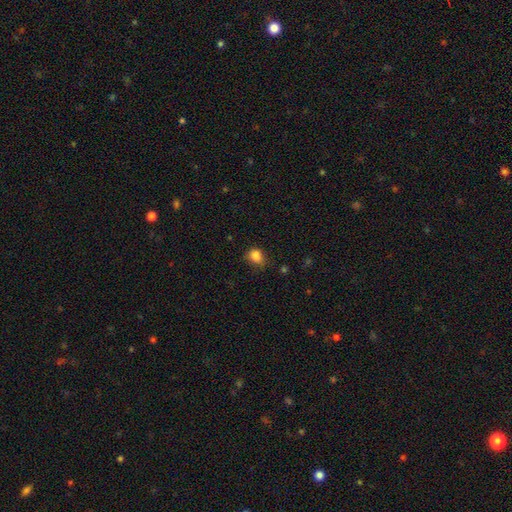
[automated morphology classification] type=smooth (85%); roundness=round (58%); merging=none (66%).